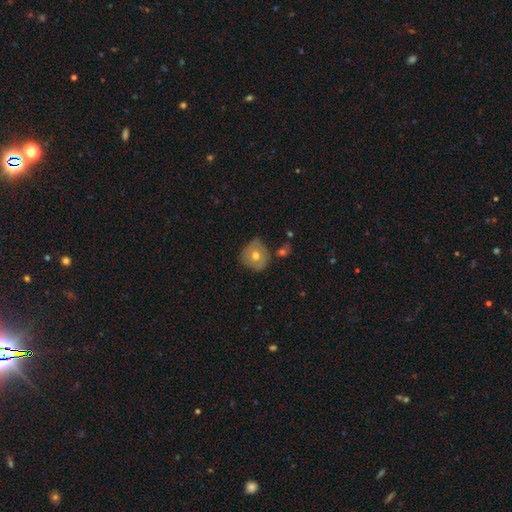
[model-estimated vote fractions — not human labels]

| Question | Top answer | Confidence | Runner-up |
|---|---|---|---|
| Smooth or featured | smooth | 60% | featured or disk (32%) |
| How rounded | round | 84% | in between (15%) |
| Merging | none | 62% | minor disturbance (25%) |